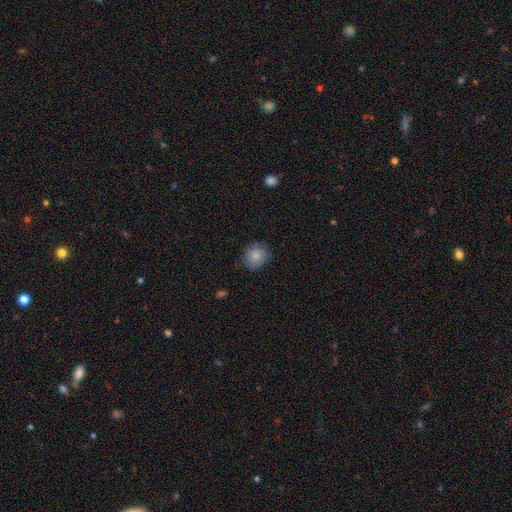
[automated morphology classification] The model was most divided on "how rounded": round: 75%, in between: 24%, cigar-shaped: 1%. More confident: smooth or featured — smooth (81%); merging — none (80%).